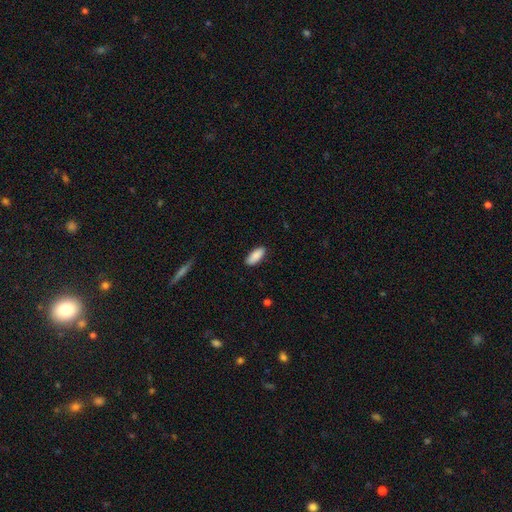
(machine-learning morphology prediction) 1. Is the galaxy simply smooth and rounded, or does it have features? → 89% smooth, 6% star or artifact, 5% featured or disk.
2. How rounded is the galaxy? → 86% in between, 13% cigar-shaped, 2% round.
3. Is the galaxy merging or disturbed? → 88% none, 9% minor disturbance, 2% major disturbance, 1% merger.